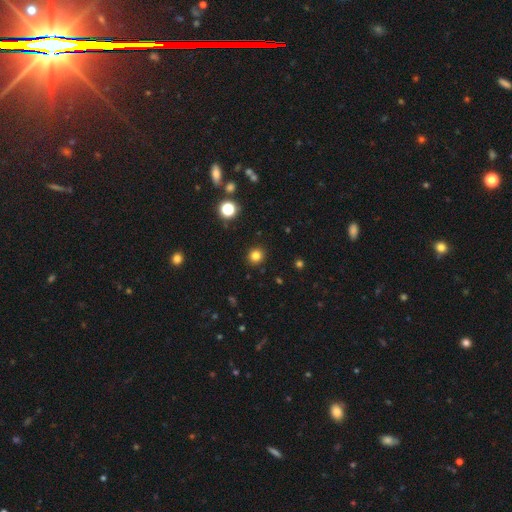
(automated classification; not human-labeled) smooth 81%, star or artifact 14%, featured or disk 5%. Down the decision tree: how rounded — round (91%); merging — none (92%).